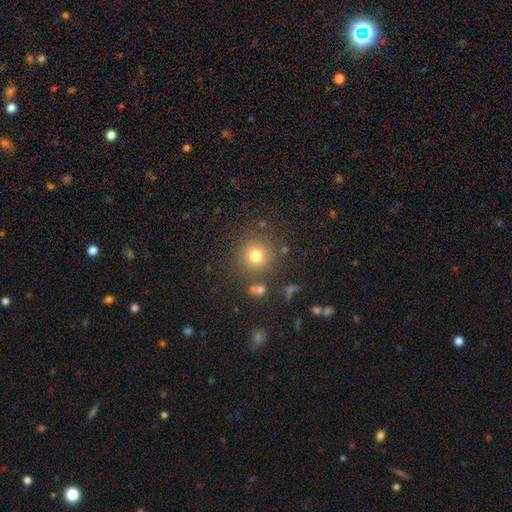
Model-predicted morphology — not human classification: The model was most divided on "smooth or featured": smooth: 76%, star or artifact: 16%, featured or disk: 8%. More confident: how rounded — round (93%); merging — none (83%).